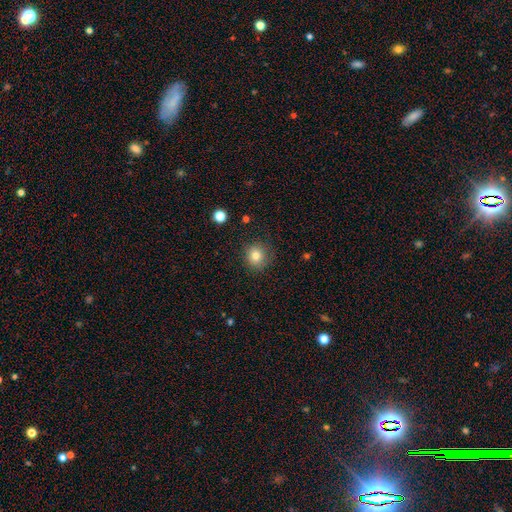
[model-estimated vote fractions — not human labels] smooth_or_featured: smooth (p=0.80) [alt: star or artifact p=0.11]
how_rounded: round (p=0.90) [alt: in between p=0.09]
merging: none (p=0.84) [alt: minor disturbance p=0.11]